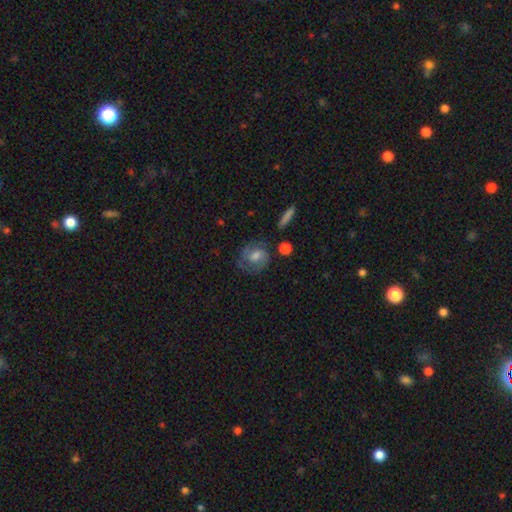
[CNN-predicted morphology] The model was most divided on "bar": no: 46%, weak: 43%, strong: 11%. More confident: edge-on disk — no (96%); spiral arms — yes (86%); merging — none (69%); bulge size — moderate (58%); smooth or featured — featured or disk (57%).